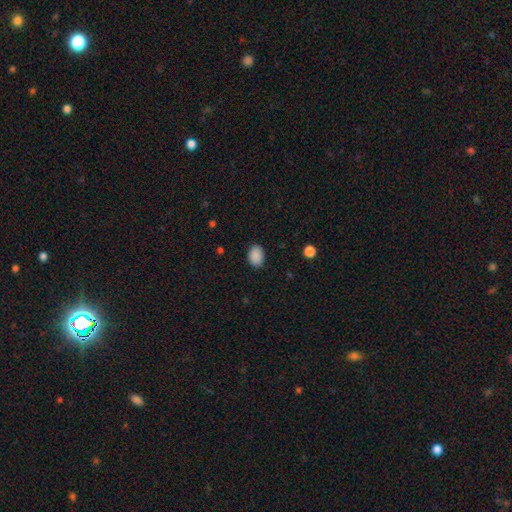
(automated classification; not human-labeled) Overall: smooth (89%). How rounded: in between (76%). Merging: none (87%).